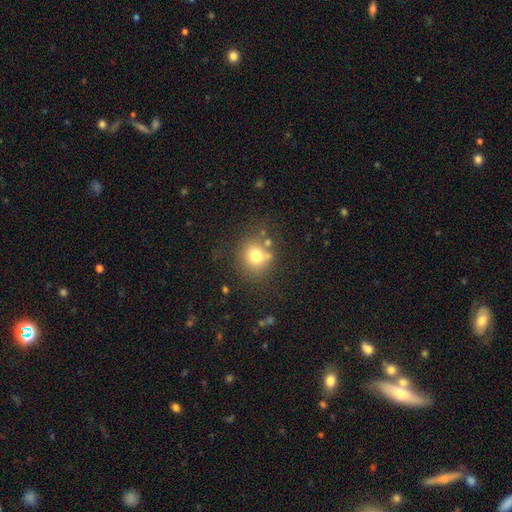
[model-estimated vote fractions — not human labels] A smooth galaxy with no disk features (72%) that is round (81%).

Vote fractions:
- Smooth or featured? smooth: 72% / star or artifact: 14% / featured or disk: 13%
- How rounded? round: 81% / in between: 18% / cigar-shaped: 1%
- Merging? none: 69% / minor disturbance: 14% / merger: 10% / major disturbance: 7%